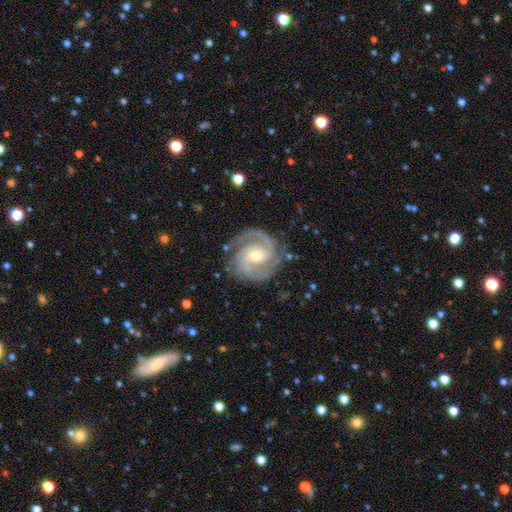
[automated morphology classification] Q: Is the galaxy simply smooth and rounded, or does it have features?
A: featured or disk — 93%.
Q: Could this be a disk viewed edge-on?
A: no — 98%.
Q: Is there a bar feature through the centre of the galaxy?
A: weak — 42%.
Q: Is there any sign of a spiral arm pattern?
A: yes — 99%.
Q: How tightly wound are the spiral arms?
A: tight — 62%.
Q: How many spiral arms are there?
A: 2 — 74%.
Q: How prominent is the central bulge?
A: moderate — 50%.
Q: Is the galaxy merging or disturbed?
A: none — 81%.